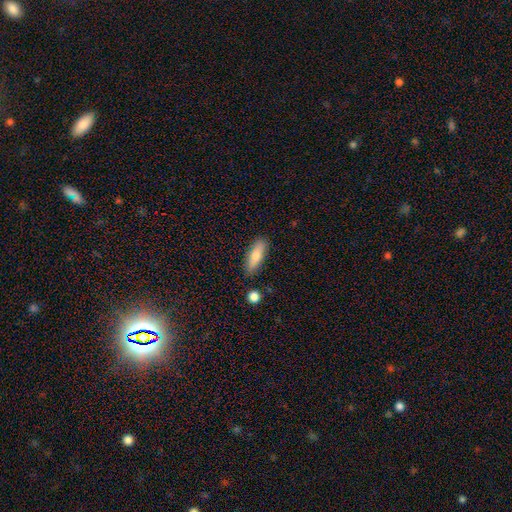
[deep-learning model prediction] Morphology: type=smooth (76%); roundness=in between (54%); merging=none (84%).